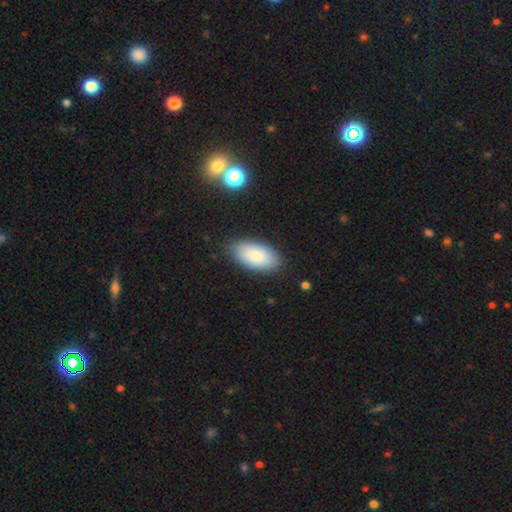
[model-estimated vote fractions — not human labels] smooth 83%, featured or disk 10%, star or artifact 6%. Down the decision tree: how rounded — in between (95%); merging — none (83%).